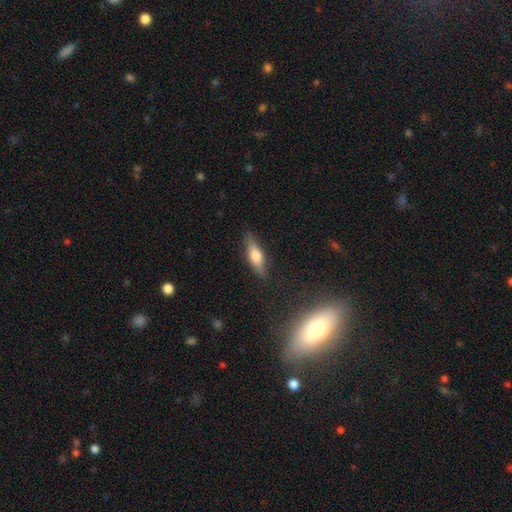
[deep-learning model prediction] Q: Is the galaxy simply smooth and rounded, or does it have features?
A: smooth — 61%.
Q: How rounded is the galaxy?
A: cigar-shaped — 52%.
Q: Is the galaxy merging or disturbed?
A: none — 84%.